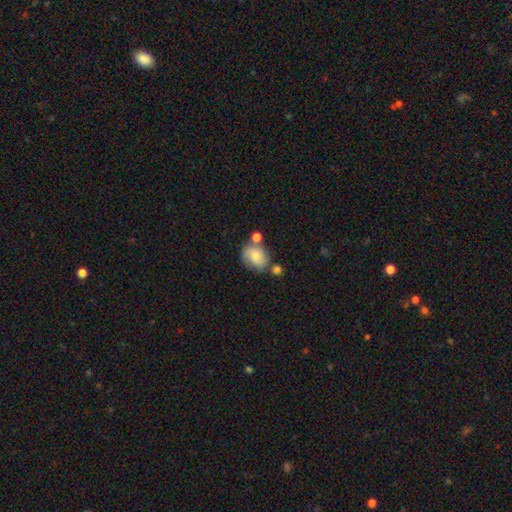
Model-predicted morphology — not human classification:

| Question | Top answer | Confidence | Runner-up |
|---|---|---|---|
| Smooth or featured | smooth | 58% | featured or disk (33%) |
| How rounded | round | 53% | in between (46%) |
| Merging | none | 47% | minor disturbance (24%) |